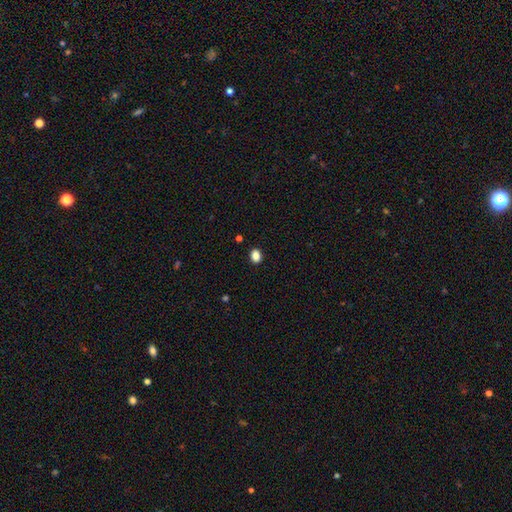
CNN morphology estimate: A smooth galaxy with no disk features (86%) that is in between round and cigar-shaped (56%).

Vote fractions:
- Smooth or featured? smooth: 86% / star or artifact: 11% / featured or disk: 3%
- How rounded? in between: 56% / round: 43% / cigar-shaped: 1%
- Merging? none: 90% / minor disturbance: 7% / major disturbance: 2% / merger: 1%